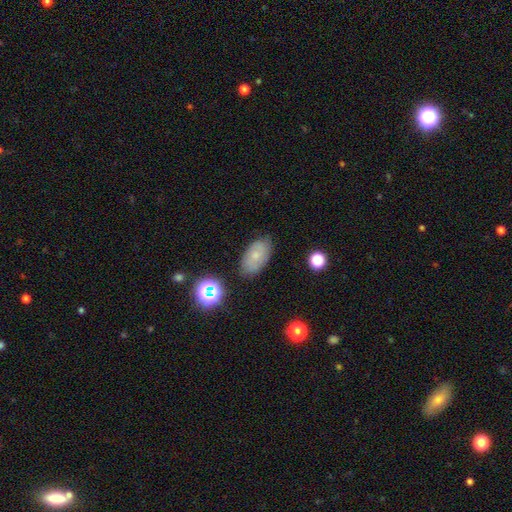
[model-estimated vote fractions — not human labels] The model was most divided on "smooth or featured": smooth: 64%, featured or disk: 24%, star or artifact: 12%. More confident: how rounded — in between (91%); merging — none (80%).